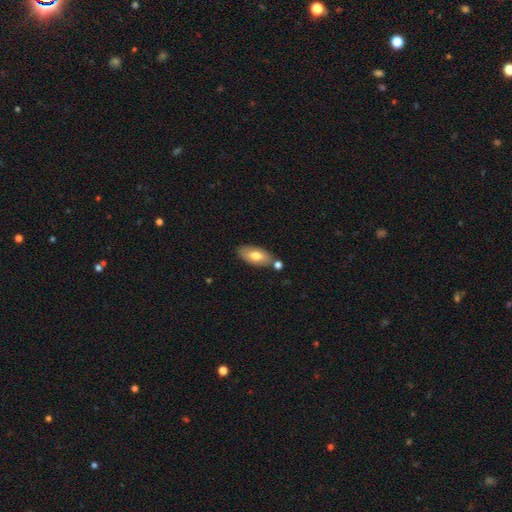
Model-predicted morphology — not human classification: A smooth galaxy with no disk features (71%) that is in between round and cigar-shaped (91%). Merging: none (71%).